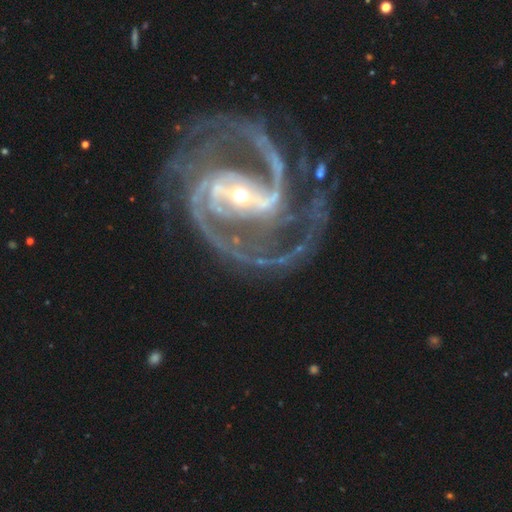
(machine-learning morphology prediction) This is clearly a featured or disk galaxy (94%). It is clearly not viewed edge-on (98%). Bar: likely strong (61%). Spiral arm pattern: clearly yes (99%). Spiral arm count: likely 2 (79%). Spiral winding: likely medium (61%). Central bulge: possibly small (58%). Merging: likely none (65%).